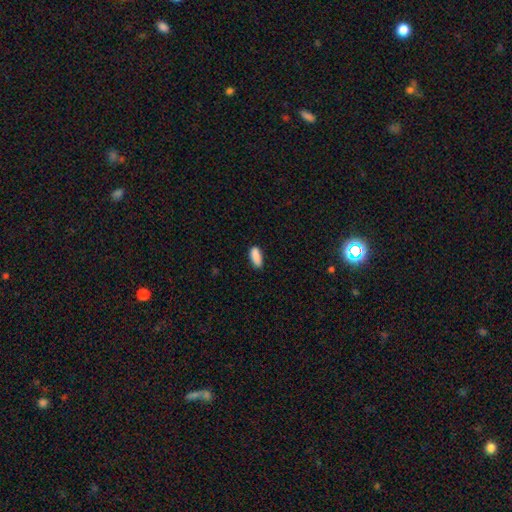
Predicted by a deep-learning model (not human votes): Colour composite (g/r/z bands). It shows a smooth galaxy with no disk features (89%) that is in between round and cigar-shaped (81%). Merging: none (79%).